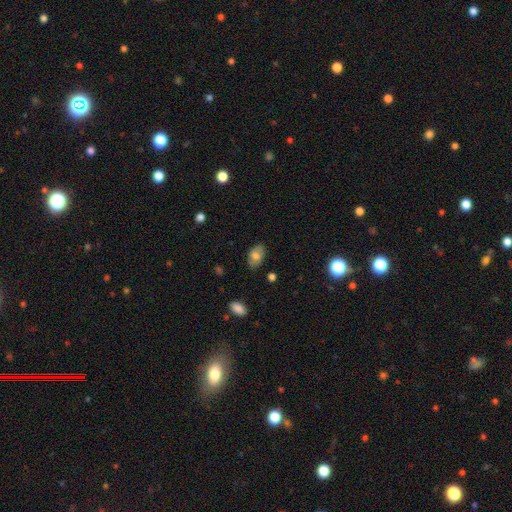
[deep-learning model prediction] Overall: smooth (71%). How rounded: in between (89%). Merging: none (79%).